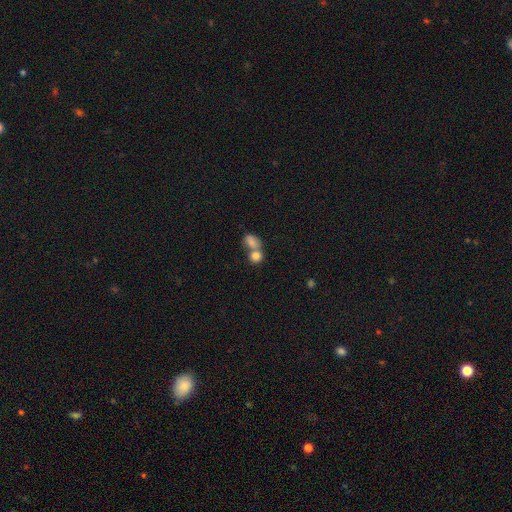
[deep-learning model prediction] A smooth galaxy with no disk features (82%) that is round (60%).

Vote fractions:
- Smooth or featured? smooth: 82% / star or artifact: 9% / featured or disk: 9%
- How rounded? round: 60% / in between: 38% / cigar-shaped: 1%
- Merging? merger: 60% / none: 30% / minor disturbance: 7% / major disturbance: 4%